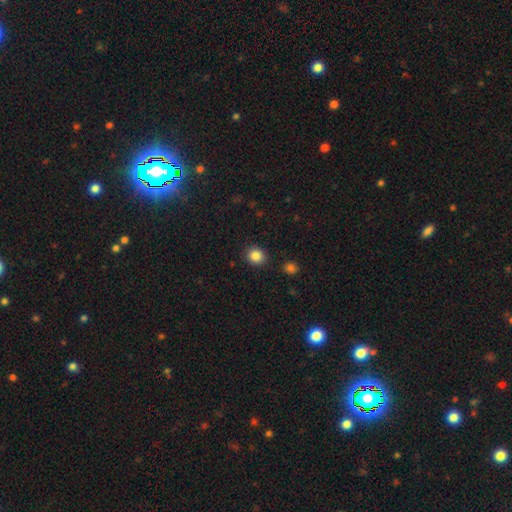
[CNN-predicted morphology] Q: Smooth or featured?
A: smooth (86%); runner-up: star or artifact (10%)
Q: How rounded?
A: round (76%); runner-up: in between (23%)
Q: Merging?
A: none (89%); runner-up: minor disturbance (7%)